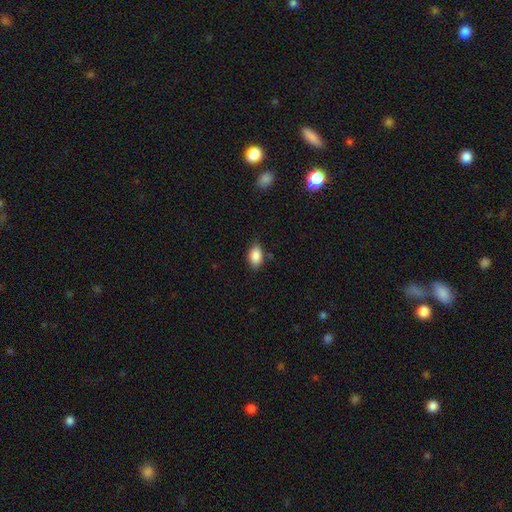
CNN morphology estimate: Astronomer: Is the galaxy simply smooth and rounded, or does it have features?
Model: smooth — 88%.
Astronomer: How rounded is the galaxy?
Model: in between — 90%.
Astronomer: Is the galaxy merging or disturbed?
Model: none — 78%.